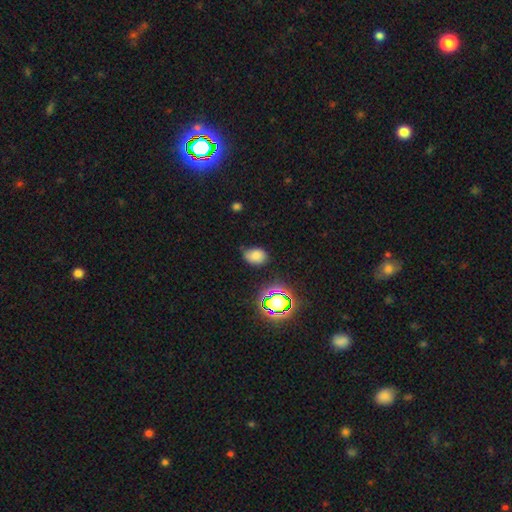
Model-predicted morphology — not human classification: Smooth or featured? Predicted: smooth (p=0.73). How rounded? Predicted: in between (p=0.74). Merging? Predicted: none (p=0.62).